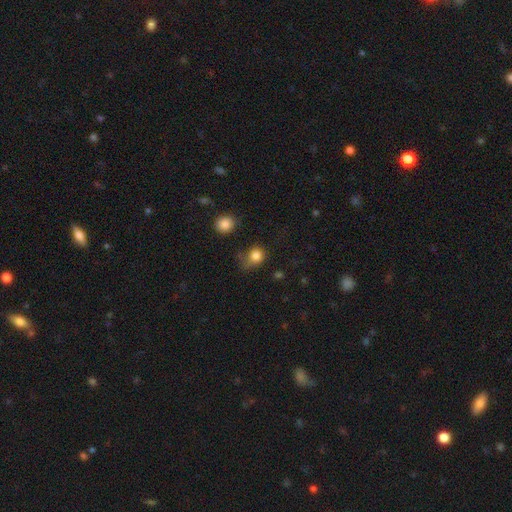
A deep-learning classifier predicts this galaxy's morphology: A smooth galaxy with no disk features (82%) that is round (72%).

Vote fractions:
- Smooth or featured? smooth: 82% / star or artifact: 11% / featured or disk: 7%
- How rounded? round: 72% / in between: 26% / cigar-shaped: 1%
- Merging? none: 45% / minor disturbance: 31% / major disturbance: 19% / merger: 4%